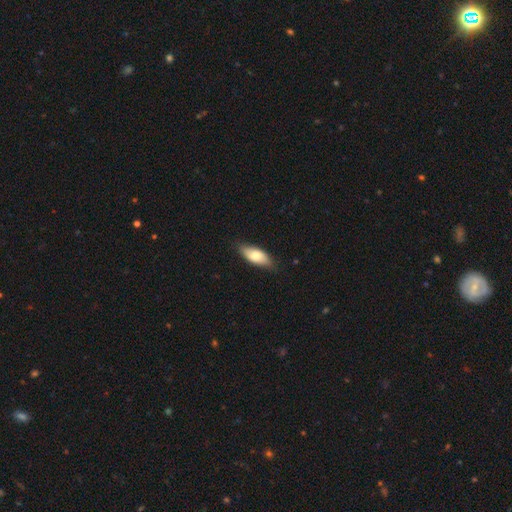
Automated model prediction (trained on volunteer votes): Morphology: type=smooth (75%); roundness=in between (82%); merging=none (80%).